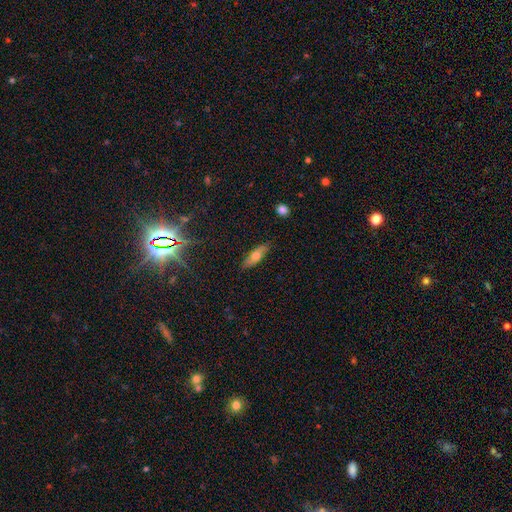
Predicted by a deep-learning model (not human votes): Overall: smooth (64%; featured or disk 28%). How rounded: in between (50%; cigar-shaped 47%). Merging: none (86%).